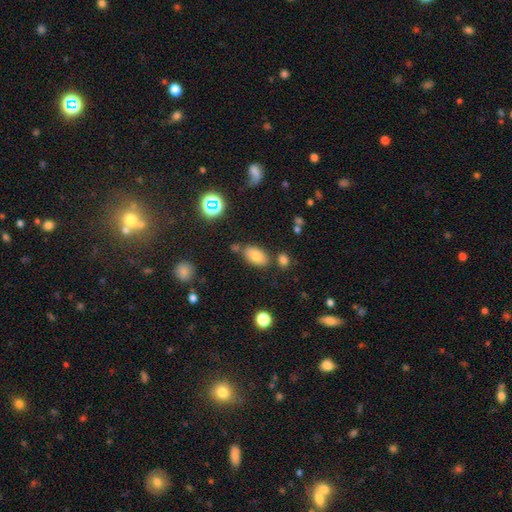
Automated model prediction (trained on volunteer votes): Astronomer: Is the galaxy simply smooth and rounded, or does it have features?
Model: smooth — 75%.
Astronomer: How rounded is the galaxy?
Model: in between — 91%.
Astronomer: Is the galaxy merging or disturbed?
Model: none — 74%.